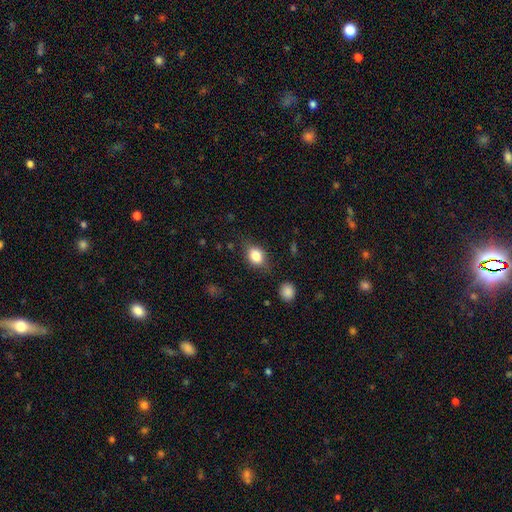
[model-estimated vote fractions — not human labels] Smooth or featured?
  - smooth: 80% *
  - featured or disk: 11%
  - star or artifact: 9%
How rounded?
  - in between: 65% *
  - round: 33%
  - cigar-shaped: 2%
Merging?
  - none: 74% *
  - minor disturbance: 19%
  - major disturbance: 5%
  - merger: 2%